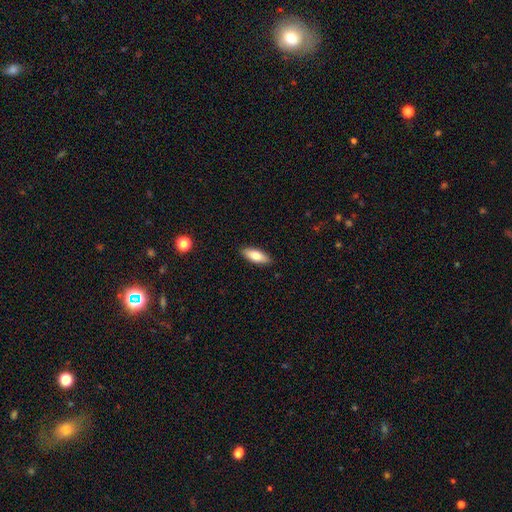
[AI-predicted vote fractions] smooth-or-featured: smooth: 77% | featured or disk: 17% | star or artifact: 6%
  how-rounded: in between: 73% | cigar-shaped: 25% | round: 2%
  merging: none: 89% | minor disturbance: 8% | major disturbance: 2% | merger: 1%